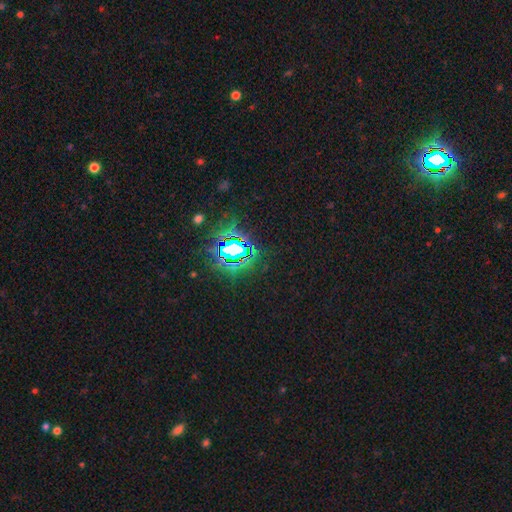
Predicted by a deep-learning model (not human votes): Smooth or featured? Predicted: star or artifact (p=0.82).